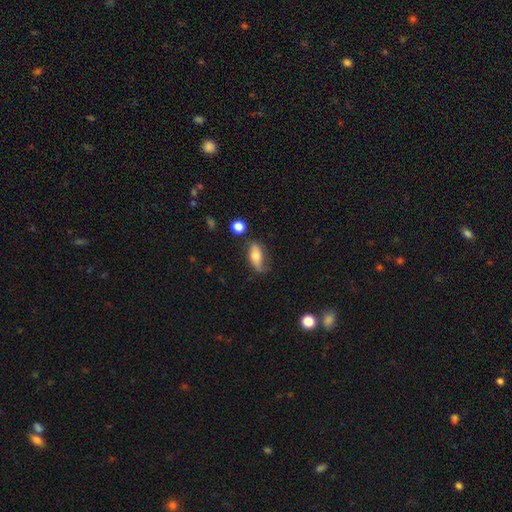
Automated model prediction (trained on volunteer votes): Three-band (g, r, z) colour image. It shows a smooth galaxy with no disk features (60%) that is in between round and cigar-shaped (77%). Merging: none (57%).